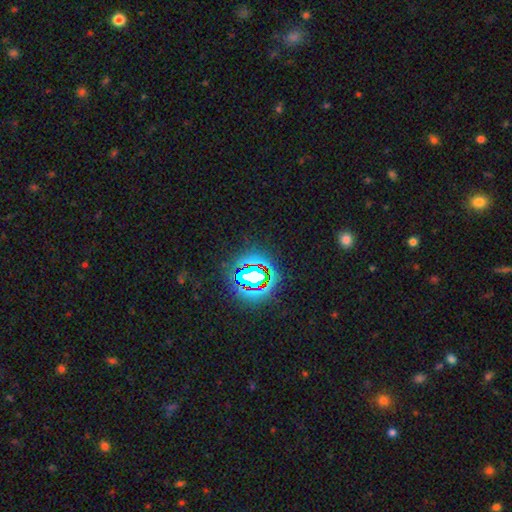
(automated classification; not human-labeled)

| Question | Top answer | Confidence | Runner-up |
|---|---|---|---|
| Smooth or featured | star or artifact | 81% | smooth (12%) |